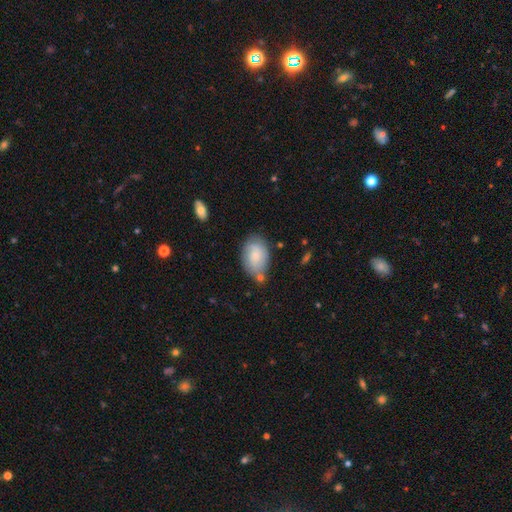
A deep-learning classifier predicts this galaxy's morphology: A smooth galaxy with no disk features (70%) that is in between round and cigar-shaped (89%).

Vote fractions:
- Smooth or featured? smooth: 70% / featured or disk: 23% / star or artifact: 7%
- How rounded? in between: 89% / round: 10% / cigar-shaped: 1%
- Merging? none: 62% / minor disturbance: 23% / merger: 9% / major disturbance: 6%